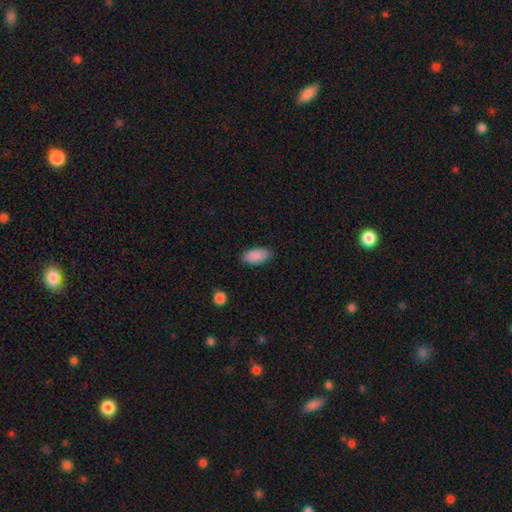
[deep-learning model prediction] Q: Smooth or featured?
A: smooth (89%); runner-up: star or artifact (7%)
Q: How rounded?
A: in between (92%); runner-up: cigar-shaped (5%)
Q: Merging?
A: none (85%); runner-up: minor disturbance (12%)